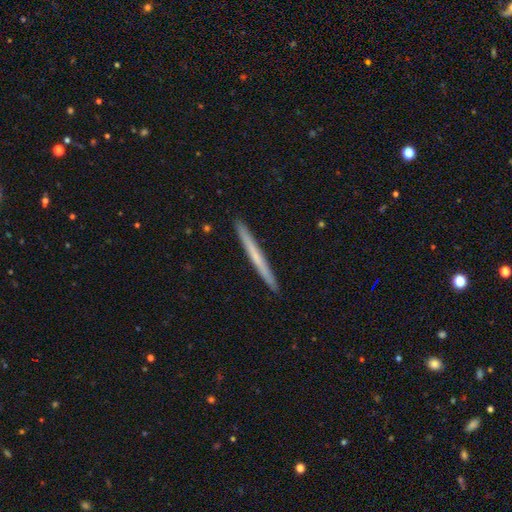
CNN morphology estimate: smooth 48%, featured or disk 47%, star or artifact 6%. Down the decision tree: merging — none (93%).